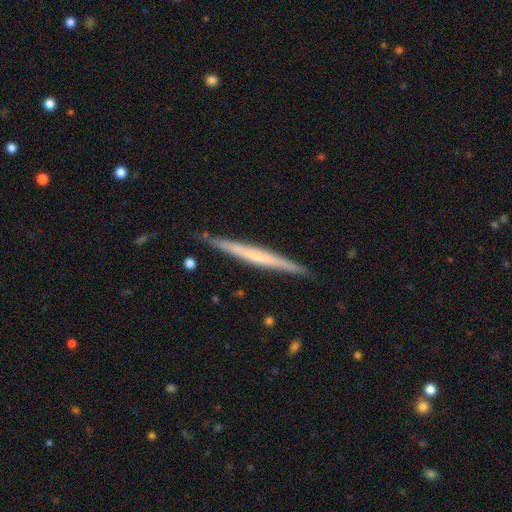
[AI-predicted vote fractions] featured or disk 57%, smooth 38%, star or artifact 5%. Down the decision tree: edge-on disk — yes (97%); edge-on bulge — none (75%); merging — none (88%).